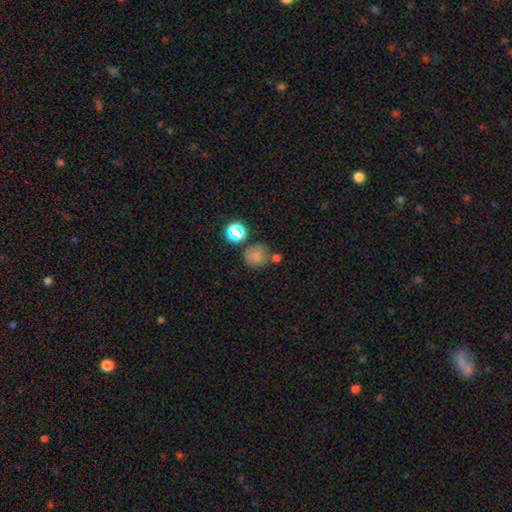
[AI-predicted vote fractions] This is likely a smooth galaxy (73%). How rounded: likely round (77%). Merging: possibly none (56%).